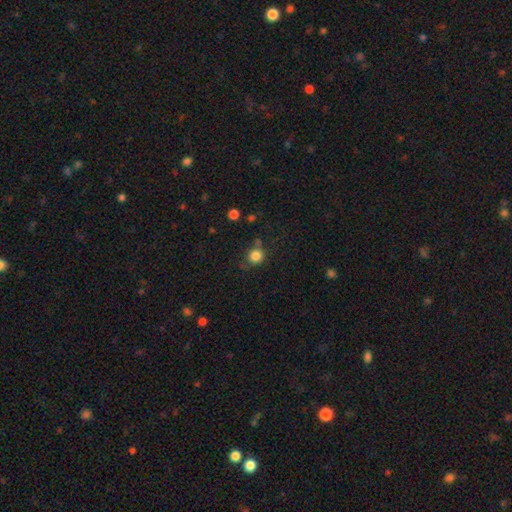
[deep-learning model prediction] A smooth galaxy with no disk features (83%) that is round (89%). Merging: none (70%).